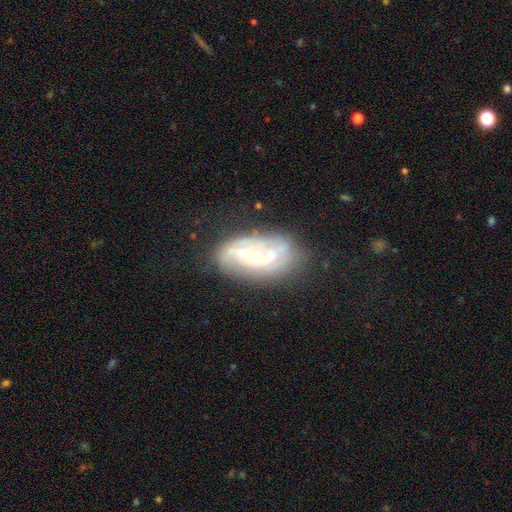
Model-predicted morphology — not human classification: This appears to be a featured or disk galaxy (77%) with no bar (55%), 2 (47%) tight (41%) spiral arms (79%) and a moderate central bulge (56%). Merging: none (64%).